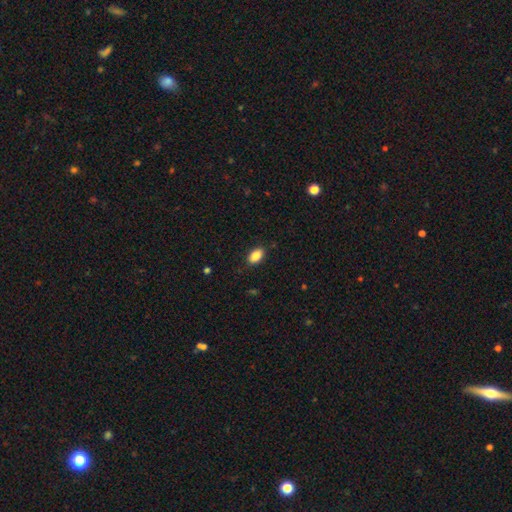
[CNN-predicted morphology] A smooth galaxy with no disk features (87%) that is in between round and cigar-shaped (91%). Merging: none (88%).